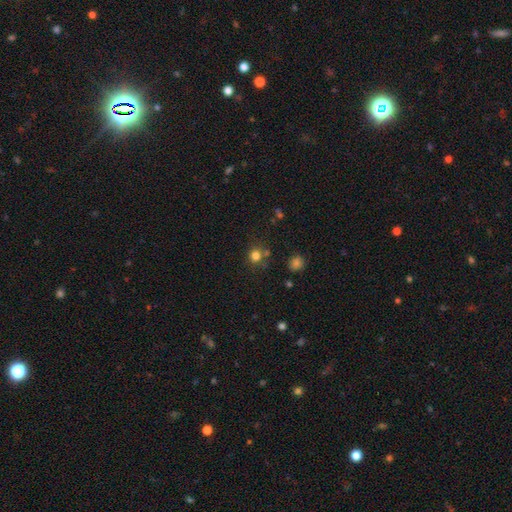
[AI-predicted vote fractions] Smooth or featured?
  - smooth: 78% *
  - star or artifact: 16%
  - featured or disk: 6%
How rounded?
  - round: 87% *
  - in between: 12%
  - cigar-shaped: 1%
Merging?
  - none: 72% *
  - merger: 12%
  - minor disturbance: 11%
  - major disturbance: 4%